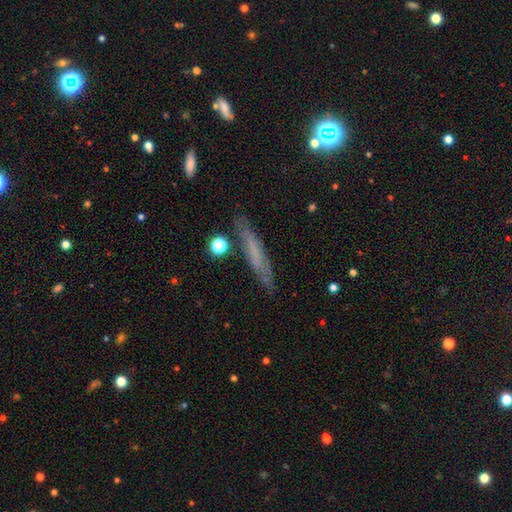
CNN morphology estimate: smooth_or_featured: smooth (p=0.46) [alt: featured or disk p=0.43]
merging: none (p=0.80) [alt: minor disturbance p=0.14]